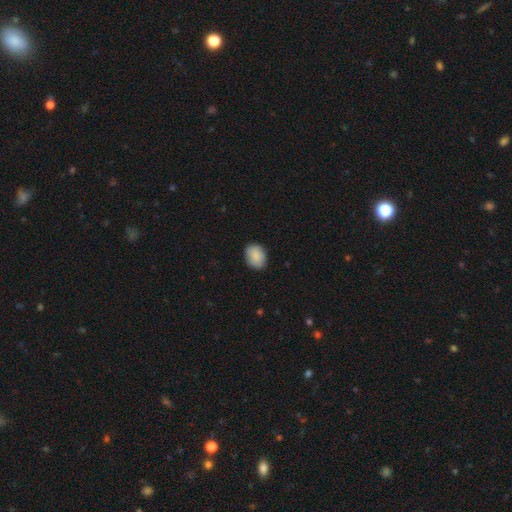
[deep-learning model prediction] Smooth or featured: smooth — 88% (star or artifact — 7%)
How rounded: in between — 61% (round — 38%)
Merging: none — 85% (minor disturbance — 11%)